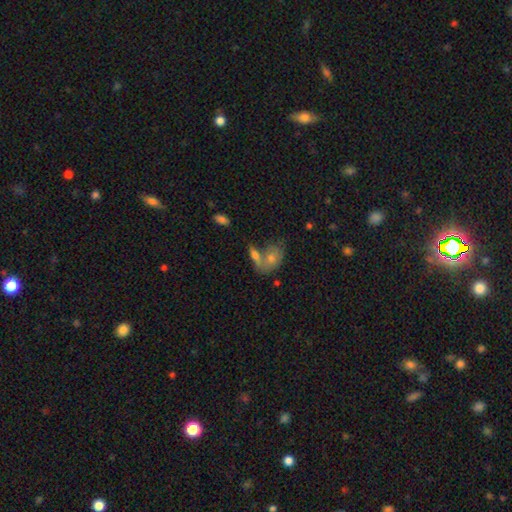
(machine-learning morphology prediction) Smooth or featured: smooth — 68% (featured or disk — 23%)
How rounded: in between — 79% (round — 11%)
Merging: merger — 44% (none — 38%)